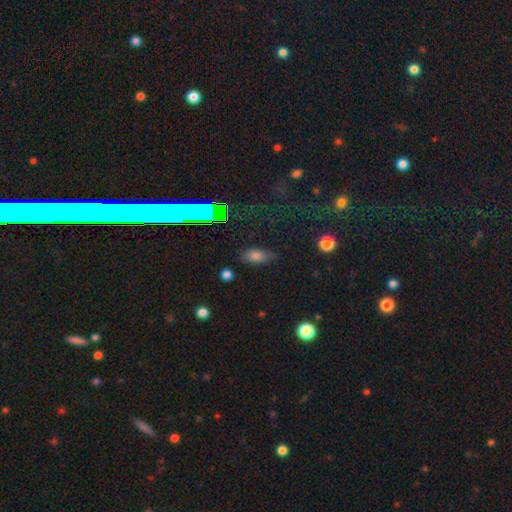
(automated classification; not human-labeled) The model was most divided on "merging": none: 72%, minor disturbance: 20%, major disturbance: 5%, merger: 2%. More confident: how rounded — in between (84%); smooth or featured — smooth (73%).